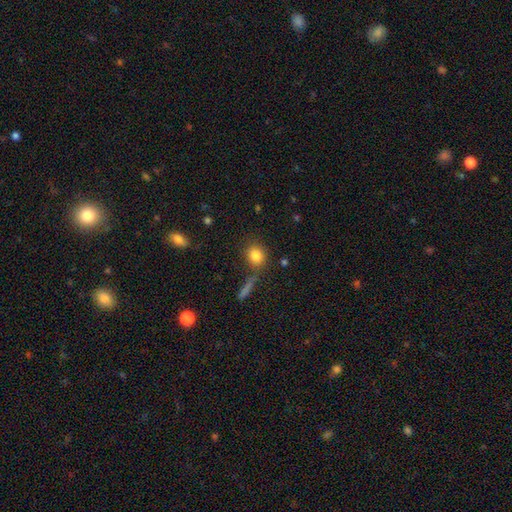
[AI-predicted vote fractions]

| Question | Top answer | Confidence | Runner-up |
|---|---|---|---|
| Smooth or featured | smooth | 83% | star or artifact (10%) |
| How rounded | round | 68% | in between (29%) |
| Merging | none | 75% | minor disturbance (11%) |